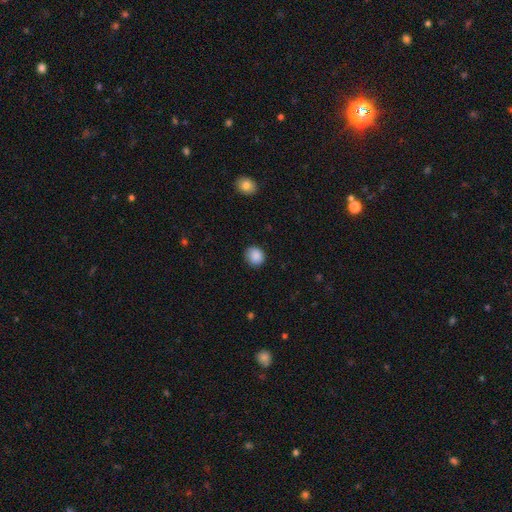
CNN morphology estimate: Smooth or featured: smooth — 89% (star or artifact — 8%)
How rounded: round — 82% (in between — 17%)
Merging: none — 87% (minor disturbance — 10%)